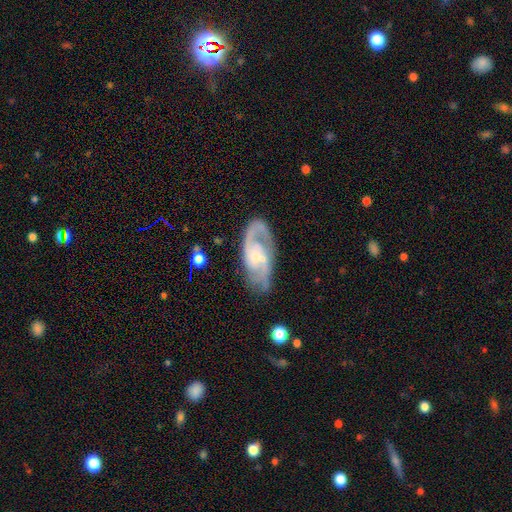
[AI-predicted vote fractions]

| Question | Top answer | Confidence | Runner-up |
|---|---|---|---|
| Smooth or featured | featured or disk | 87% | smooth (8%) |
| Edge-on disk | no | 96% | yes (4%) |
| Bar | no | 53% | weak (38%) |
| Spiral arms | yes | 96% | no (4%) |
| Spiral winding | medium | 52% | tight (32%) |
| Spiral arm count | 2 | 77% | can't tell (8%) |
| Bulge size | small | 63% | moderate (27%) |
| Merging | none | 71% | minor disturbance (18%) |